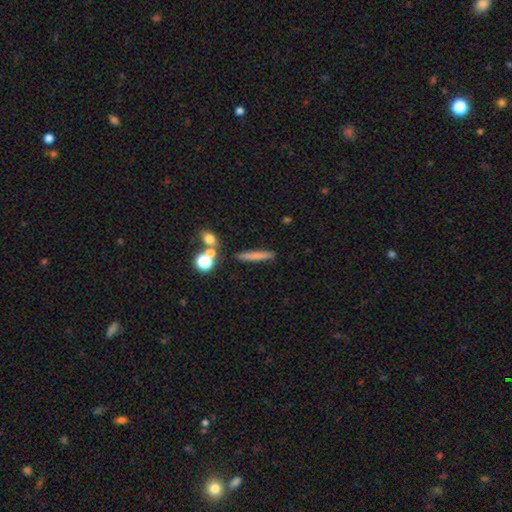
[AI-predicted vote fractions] This appears to be a smooth galaxy with no disk features (69%) that is cigar-shaped (89%). Merging: none (80%).